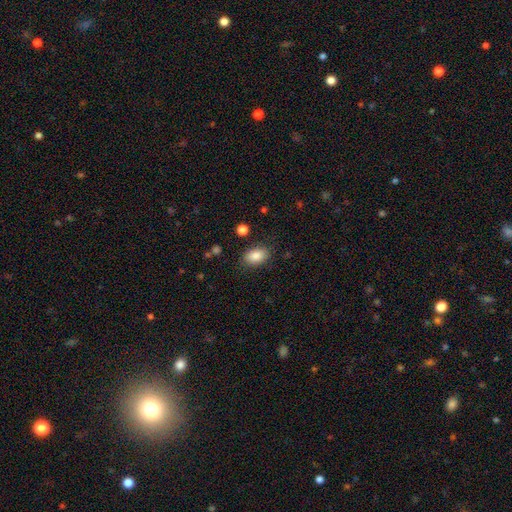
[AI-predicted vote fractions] Smooth or featured? Predicted: smooth (p=0.86). How rounded? Predicted: in between (p=0.88). Merging? Predicted: none (p=0.83).